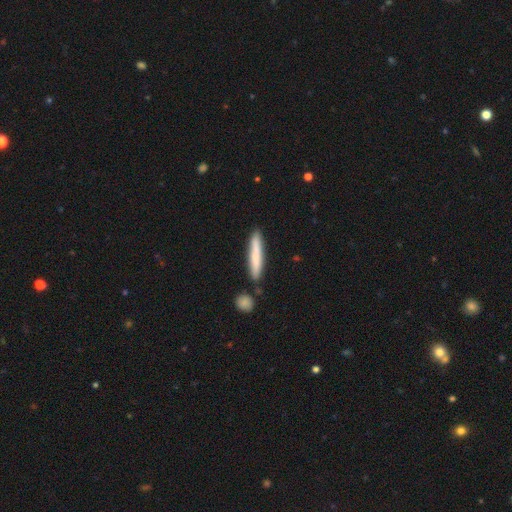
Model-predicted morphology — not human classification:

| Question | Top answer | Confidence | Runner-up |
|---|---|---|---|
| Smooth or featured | smooth | 70% | featured or disk (24%) |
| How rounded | cigar-shaped | 93% | in between (5%) |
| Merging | none | 81% | minor disturbance (11%) |